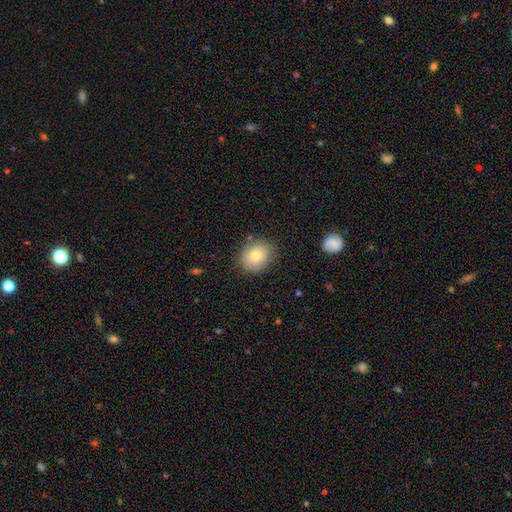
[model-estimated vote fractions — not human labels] Smooth or featured: smooth — 78% (featured or disk — 13%)
How rounded: round — 67% (in between — 32%)
Merging: none — 81% (minor disturbance — 14%)